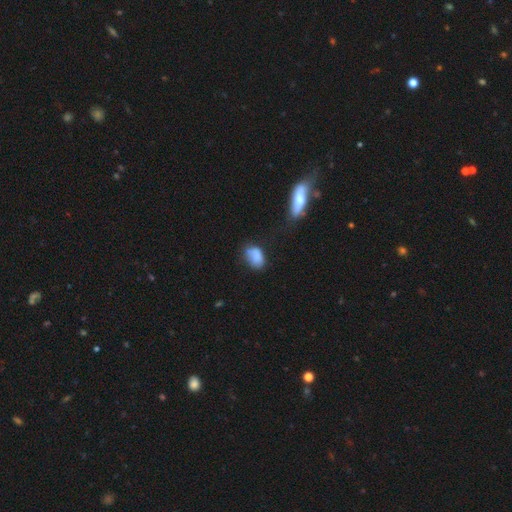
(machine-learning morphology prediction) Smooth or featured?
  - smooth: 77% *
  - featured or disk: 13%
  - star or artifact: 9%
How rounded?
  - in between: 84% *
  - round: 14%
  - cigar-shaped: 2%
Merging?
  - none: 49% *
  - minor disturbance: 31%
  - major disturbance: 12%
  - merger: 9%